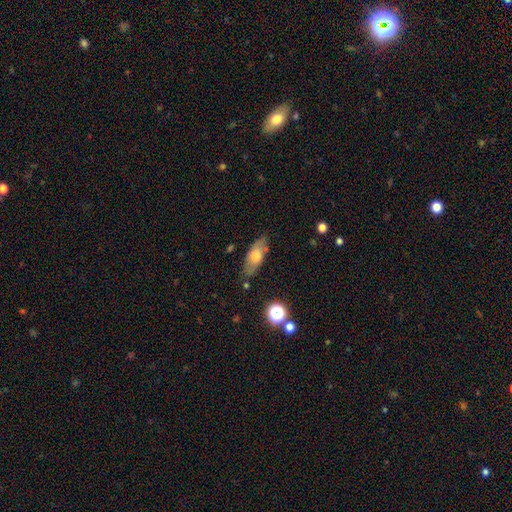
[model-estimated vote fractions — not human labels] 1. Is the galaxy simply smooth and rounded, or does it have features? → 62% smooth, 30% featured or disk, 8% star or artifact.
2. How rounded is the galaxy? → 75% in between, 21% cigar-shaped, 5% round.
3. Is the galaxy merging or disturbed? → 77% none, 16% minor disturbance, 4% major disturbance, 3% merger.